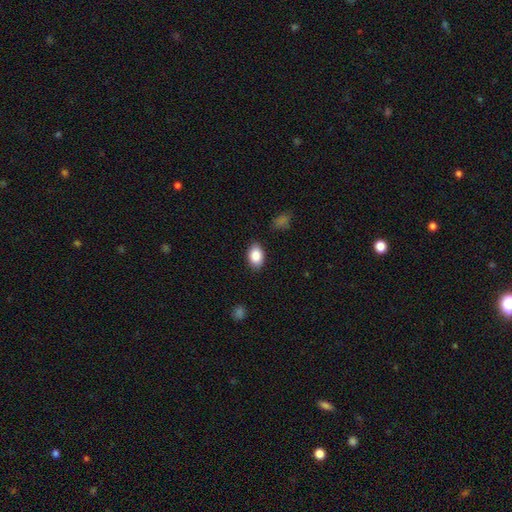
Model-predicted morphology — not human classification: The model was most divided on "how rounded": in between: 86%, round: 13%, cigar-shaped: 1%. More confident: smooth or featured — smooth (87%); merging — none (85%).